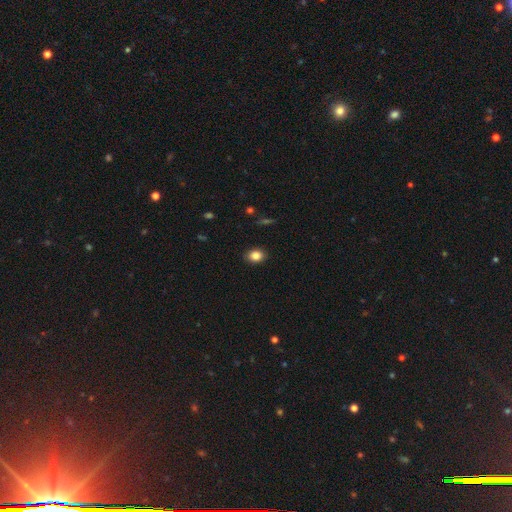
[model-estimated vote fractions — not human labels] Overall: smooth (85%). How rounded: in between (59%; round 40%). Merging: none (89%).